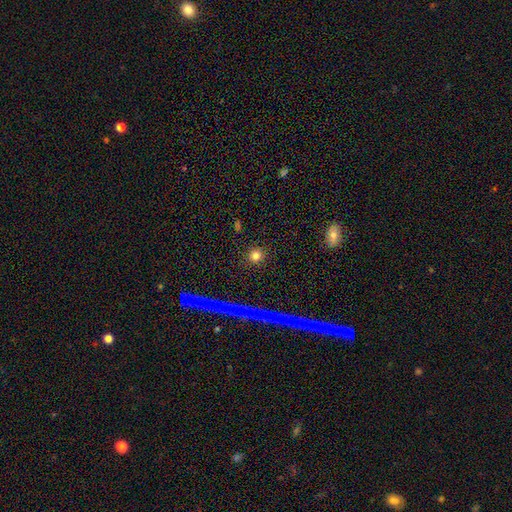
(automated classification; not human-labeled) A smooth galaxy with no disk features (78%) that is round (92%).

Vote fractions:
- Smooth or featured? smooth: 78% / star or artifact: 14% / featured or disk: 8%
- How rounded? round: 92% / in between: 7% / cigar-shaped: 1%
- Merging? none: 91% / minor disturbance: 5% / major disturbance: 2% / merger: 1%